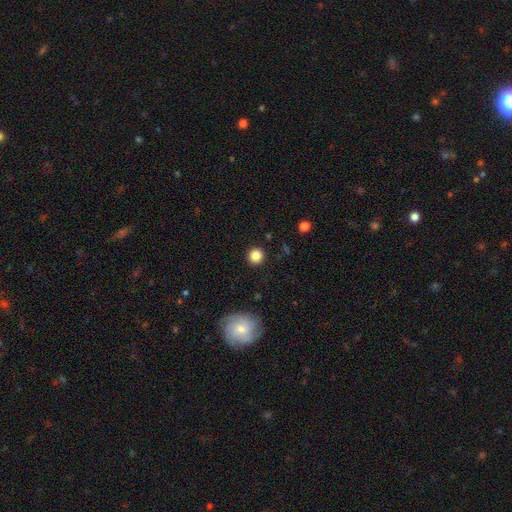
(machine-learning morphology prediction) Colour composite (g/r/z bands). It shows a smooth galaxy with no disk features (85%) that is round (93%). Merging: none (91%).